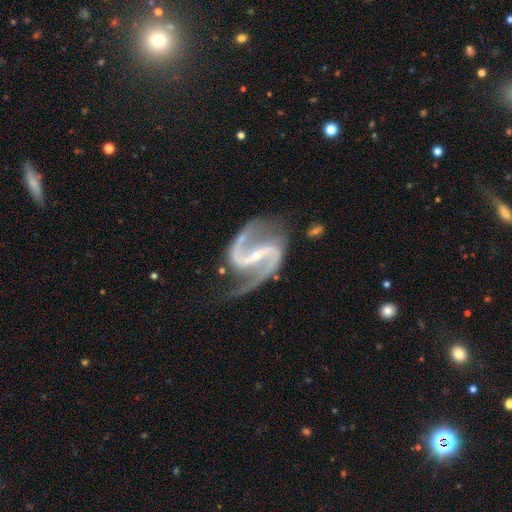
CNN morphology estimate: A featured or disk galaxy (94%) with a strong bar (65%), 2 (94%) medium (54%) spiral arms (99%) and a small central bulge (83%).

Vote fractions:
- Smooth or featured? featured or disk: 94% / star or artifact: 4% / smooth: 2%
- Edge-on disk? no: 98% / yes: 2%
- Bar? strong: 65% / weak: 25% / no: 11%
- Spiral arms? yes: 99% / no: 1%
- Spiral winding? medium: 54% / loose: 34% / tight: 12%
- Spiral arm count? 2: 94% / 3: 1% / can't tell: 1% / 1: 1% / 4: 1% / more than 4: 1%
- Bulge size? small: 83% / moderate: 13% / none: 3% / large: 1% / dominant: 1%
- Merging? none: 69% / minor disturbance: 19% / major disturbance: 10% / merger: 3%